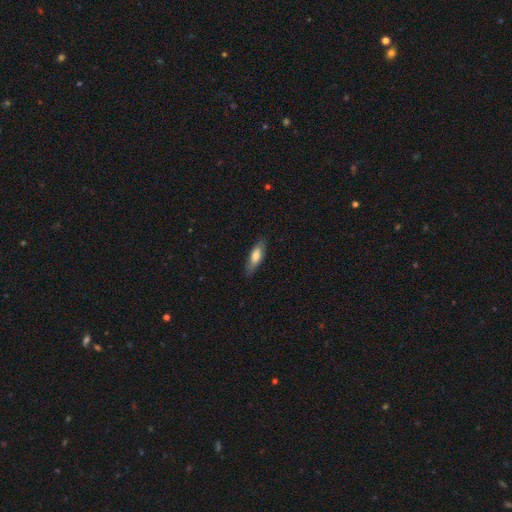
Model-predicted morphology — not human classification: type=smooth (69%); roundness=in between (53%); merging=none (82%).